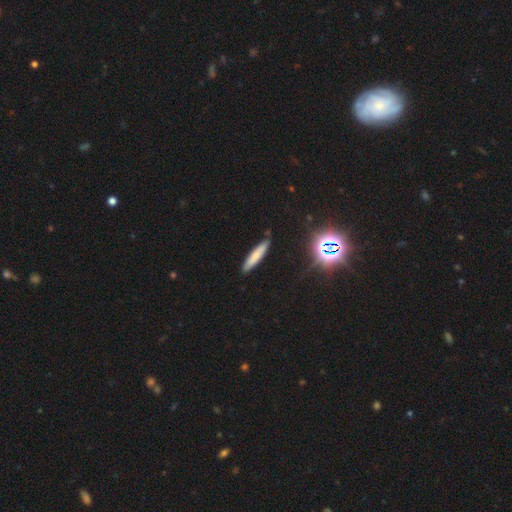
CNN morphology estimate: type=smooth (74%); roundness=cigar-shaped (87%); merging=none (85%).